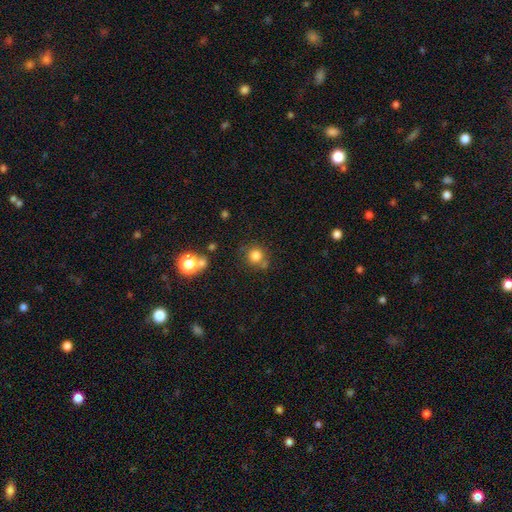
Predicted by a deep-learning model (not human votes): This is clearly a smooth galaxy (80%). How rounded: clearly round (92%). Merging: likely none (71%).